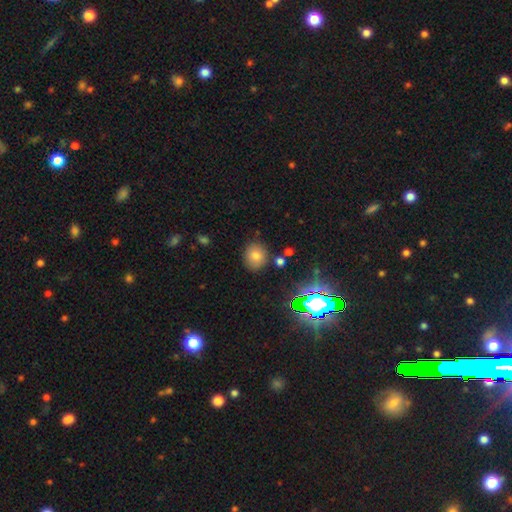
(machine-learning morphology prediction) A smooth galaxy with no disk features (76%) that is round (74%).

Vote fractions:
- Smooth or featured? smooth: 76% / star or artifact: 16% / featured or disk: 9%
- How rounded? round: 74% / in between: 25% / cigar-shaped: 1%
- Merging? none: 83% / minor disturbance: 10% / merger: 4% / major disturbance: 3%